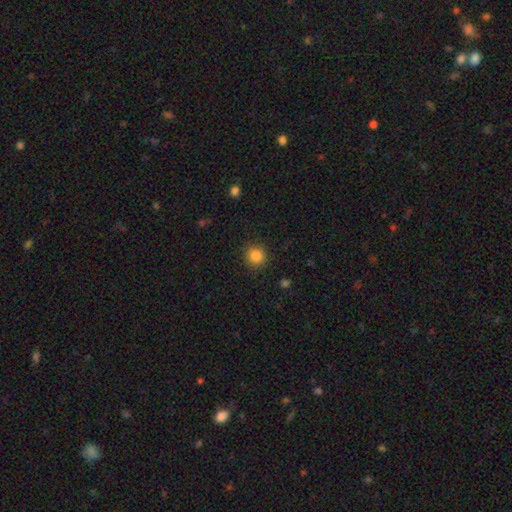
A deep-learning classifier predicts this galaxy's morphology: Smooth or featured? Predicted: smooth (p=0.85). How rounded? Predicted: round (p=0.92). Merging? Predicted: none (p=0.90).